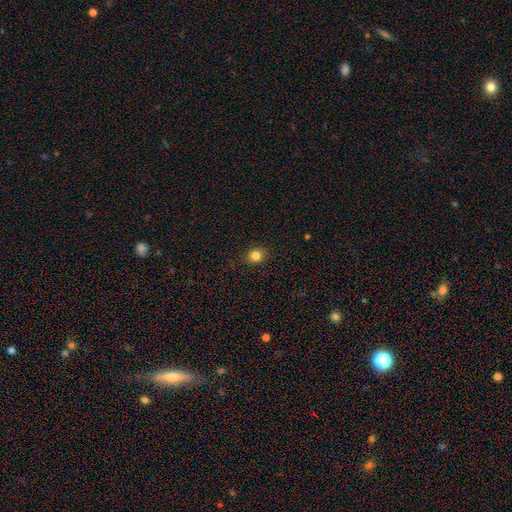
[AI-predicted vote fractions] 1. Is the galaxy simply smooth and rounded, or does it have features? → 82% smooth, 12% star or artifact, 5% featured or disk.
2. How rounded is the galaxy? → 74% round, 25% in between, 1% cigar-shaped.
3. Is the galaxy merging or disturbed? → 89% none, 8% minor disturbance, 2% major disturbance, 1% merger.